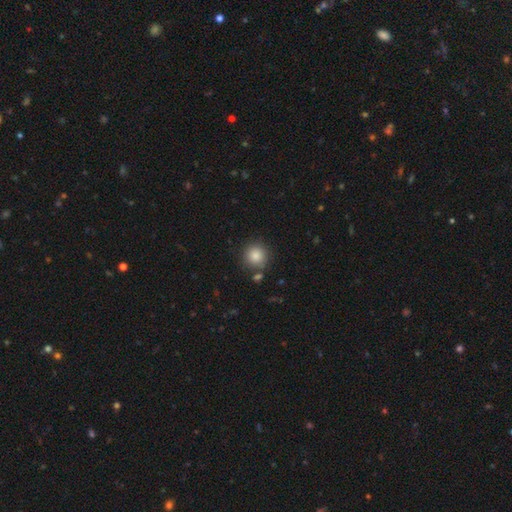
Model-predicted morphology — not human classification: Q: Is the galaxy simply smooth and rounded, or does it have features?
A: smooth — 86%.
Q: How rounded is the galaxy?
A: round — 93%.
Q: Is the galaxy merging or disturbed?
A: none — 82%.